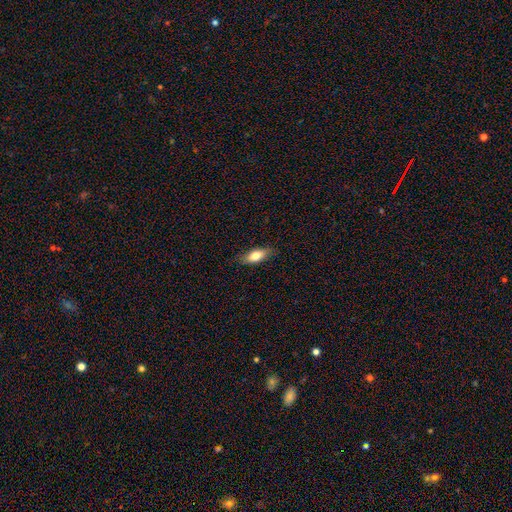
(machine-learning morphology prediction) Smooth or featured? Predicted: smooth (p=0.75). How rounded? Predicted: in between (p=0.79). Merging? Predicted: none (p=0.83).